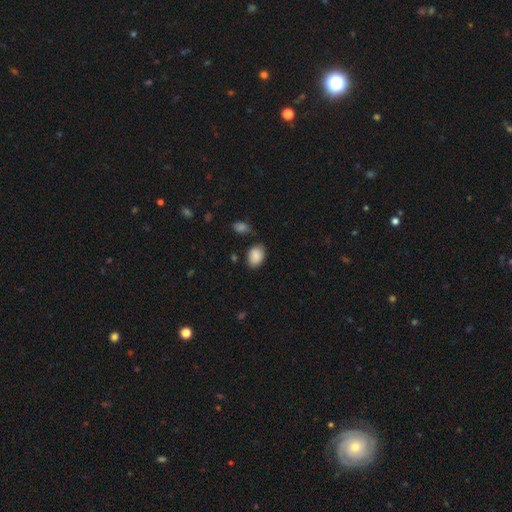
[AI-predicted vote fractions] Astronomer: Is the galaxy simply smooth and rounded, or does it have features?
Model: smooth — 88%.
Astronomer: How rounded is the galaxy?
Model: in between — 78%.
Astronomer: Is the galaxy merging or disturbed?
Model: none — 73%.